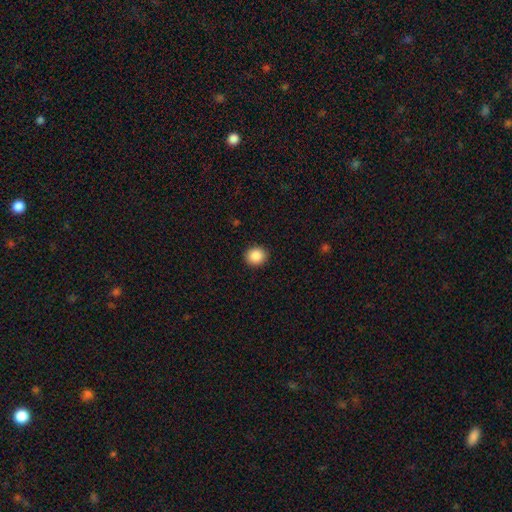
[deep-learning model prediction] Smooth or featured? Predicted: smooth (p=0.88). How rounded? Predicted: round (p=0.78). Merging? Predicted: none (p=0.92).